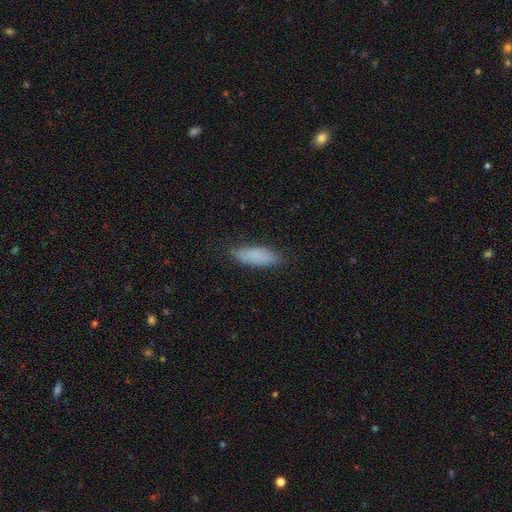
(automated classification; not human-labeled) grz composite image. It shows a smooth galaxy with no disk features (85%) that is in between round and cigar-shaped (65%). Merging: none (78%).